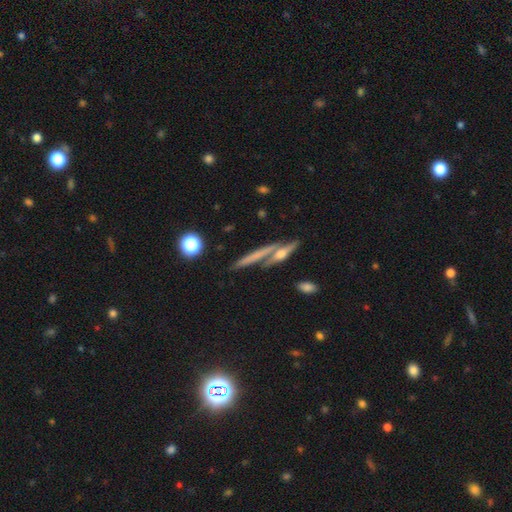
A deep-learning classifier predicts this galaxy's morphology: Q: Smooth or featured?
A: featured or disk (50%); runner-up: smooth (40%)
Q: Merging?
A: none (65%); runner-up: merger (22%)